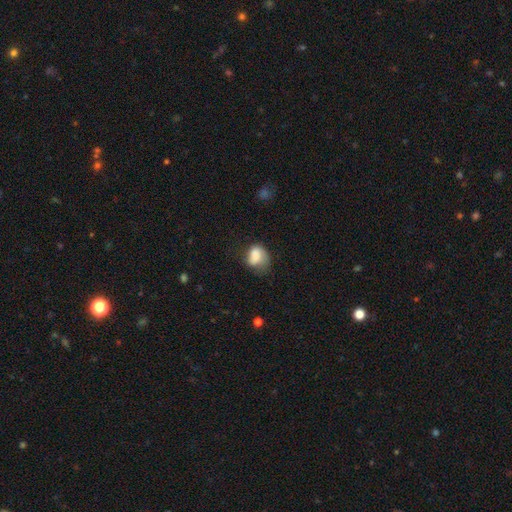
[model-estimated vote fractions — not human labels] Overall: smooth (79%). How rounded: in between (64%; round 35%). Merging: minor disturbance (35%; none 32%).